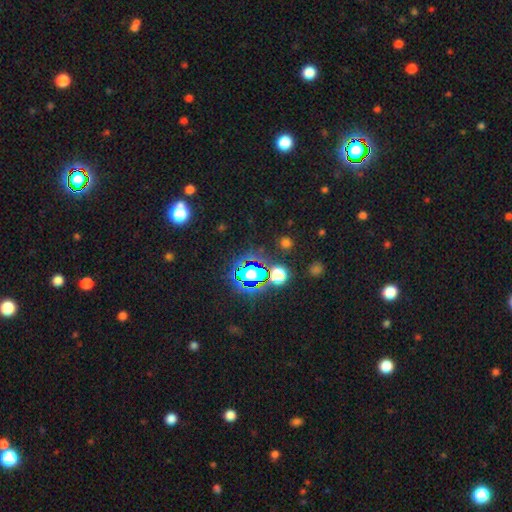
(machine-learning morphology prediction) This appears to be a star or artifact, not a galaxy (81%).